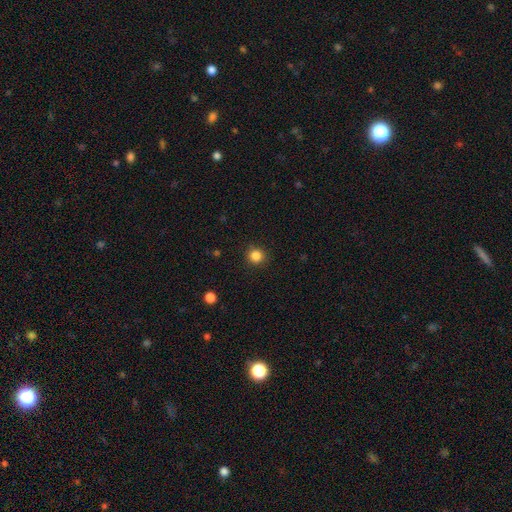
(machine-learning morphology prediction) smooth 84%, star or artifact 12%, featured or disk 4%. Down the decision tree: how rounded — round (93%); merging — none (90%).